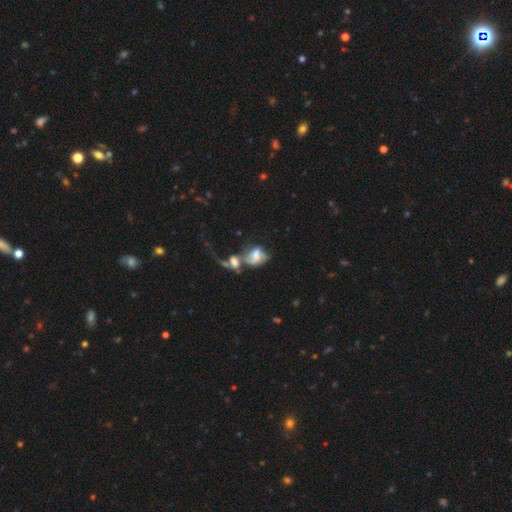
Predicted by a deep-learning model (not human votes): Smooth or featured?
  - featured or disk: 56% *
  - smooth: 33%
  - star or artifact: 11%
Edge-on disk?
  - no: 96% *
  - yes: 4%
Bar?
  - no: 45% *
  - weak: 37%
  - strong: 18%
Spiral arms?
  - yes: 70% *
  - no: 30%
Bulge size?
  - moderate: 34% *
  - small: 22%
  - none: 21%
  - large: 18%
  - dominant: 4%
Merging?
  - merger: 57% *
  - major disturbance: 20%
  - none: 14%
  - minor disturbance: 9%